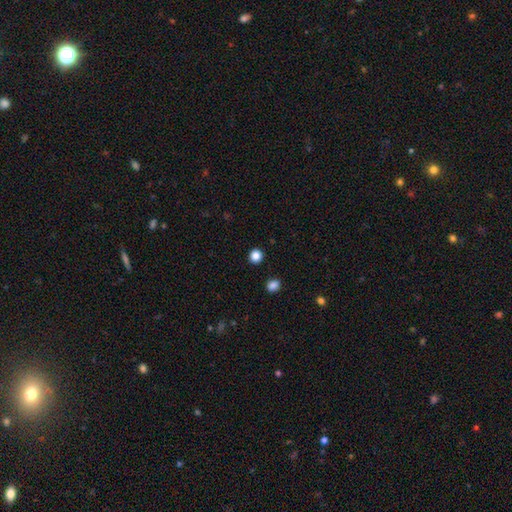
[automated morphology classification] Smooth or featured? Predicted: smooth (p=0.85). How rounded? Predicted: round (p=0.91). Merging? Predicted: none (p=0.92).